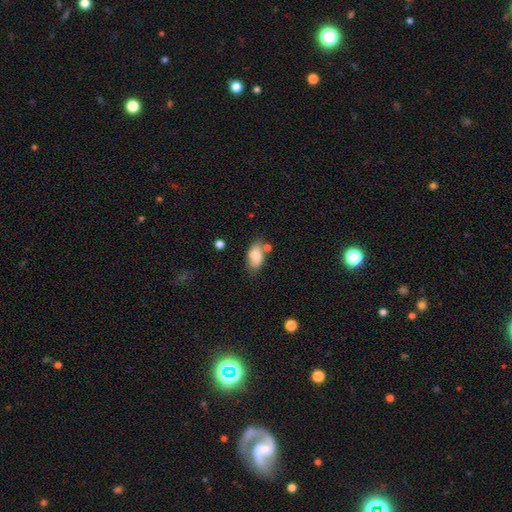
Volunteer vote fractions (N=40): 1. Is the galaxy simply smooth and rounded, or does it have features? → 78% smooth, 12% featured or disk, 10% star or artifact.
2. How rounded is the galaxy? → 94% in between, 6% round, 0% cigar-shaped.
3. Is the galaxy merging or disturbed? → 53% none, 36% minor disturbance, 8% merger, 3% major disturbance.